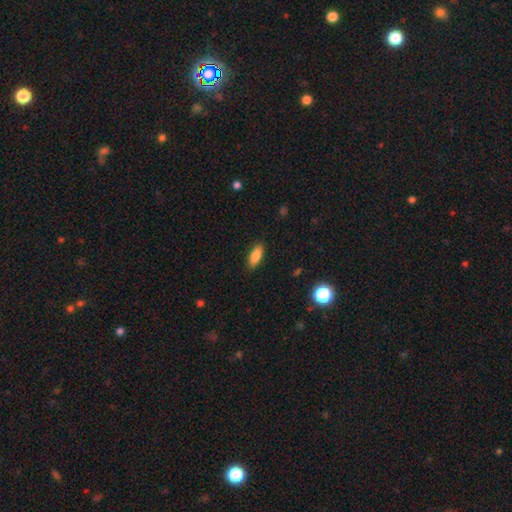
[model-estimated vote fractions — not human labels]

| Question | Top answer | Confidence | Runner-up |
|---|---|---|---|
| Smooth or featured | smooth | 85% | featured or disk (8%) |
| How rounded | in between | 75% | cigar-shaped (23%) |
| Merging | none | 88% | minor disturbance (9%) |